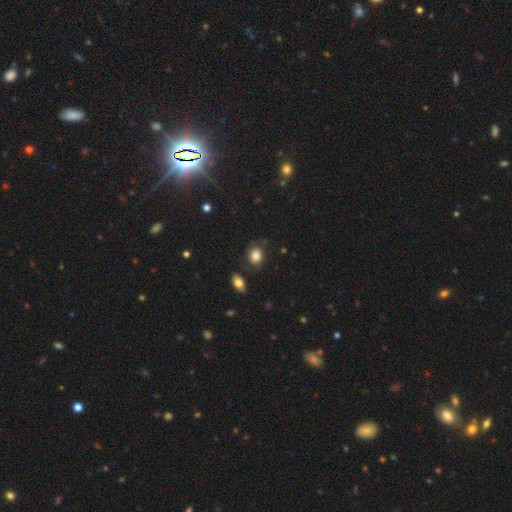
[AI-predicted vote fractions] Smooth or featured? Predicted: smooth (p=0.79). How rounded? Predicted: round (p=0.50). Merging? Predicted: none (p=0.70).